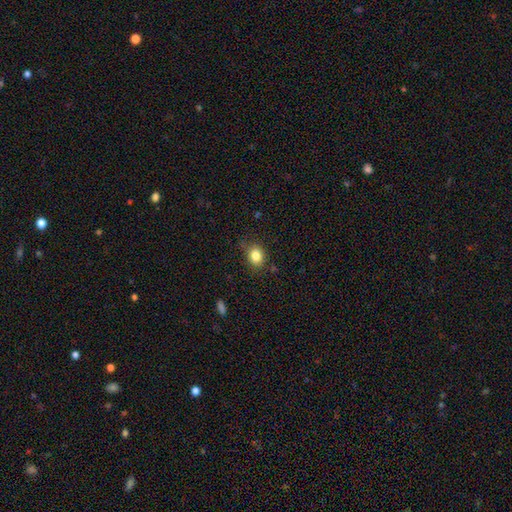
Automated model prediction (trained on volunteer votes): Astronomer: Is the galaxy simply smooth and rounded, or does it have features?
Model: smooth — 83%.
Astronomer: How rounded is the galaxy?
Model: round — 53% (runner-up: in between, 46%).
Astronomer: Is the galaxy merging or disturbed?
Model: none — 78%.